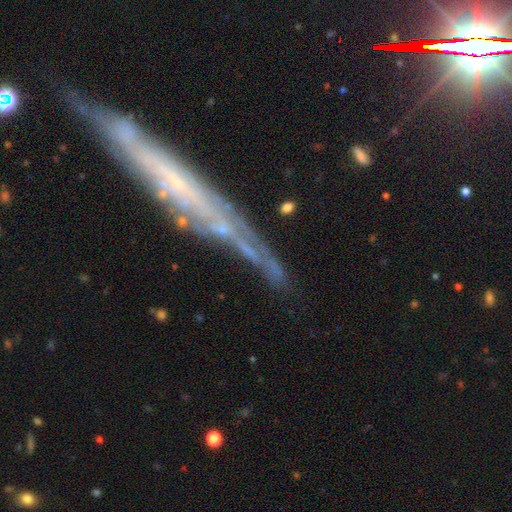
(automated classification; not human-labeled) A featured or disk galaxy (70%) viewed edge-on (78%) with no central bulge (75%).

Vote fractions:
- Smooth or featured? featured or disk: 70% / smooth: 17% / star or artifact: 12%
- Edge-on disk? yes: 78% / no: 22%
- Edge-on bulge? none: 75% / rounded: 17% / boxy: 7%
- Merging? none: 71% / minor disturbance: 19% / major disturbance: 6% / merger: 4%